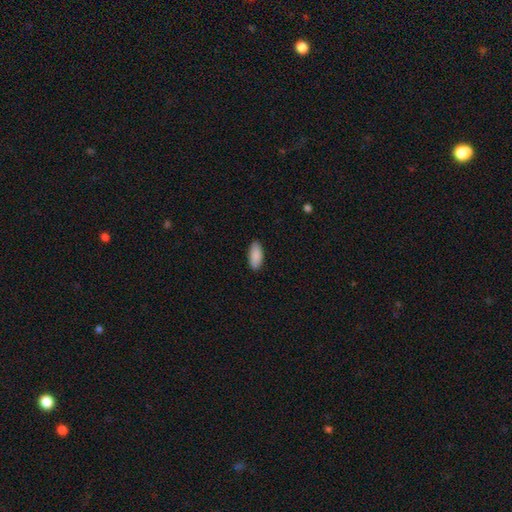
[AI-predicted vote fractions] Smooth or featured? smooth (90%)
How rounded? in between (90%)
Merging? none (89%)